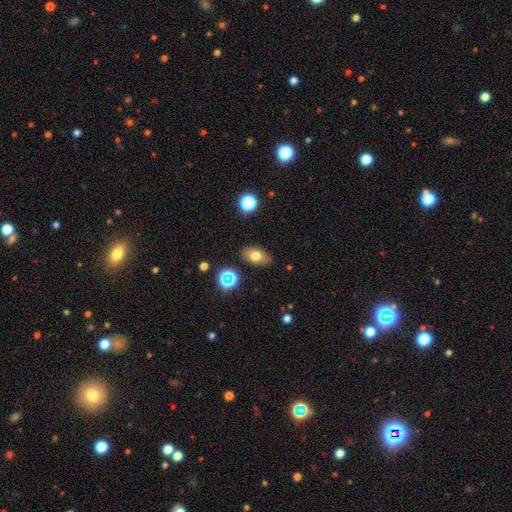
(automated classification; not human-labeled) Overall: smooth (72%). How rounded: in between (87%). Merging: none (85%).